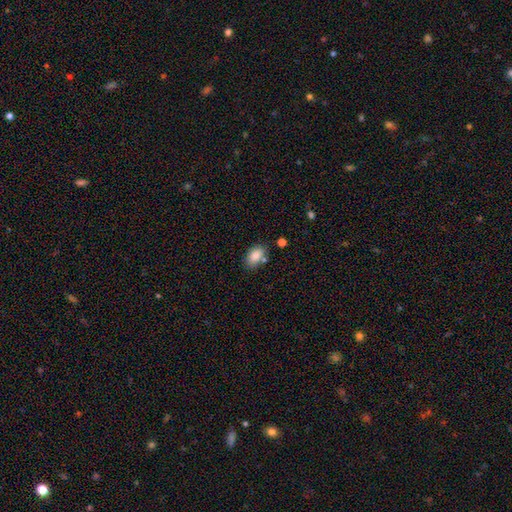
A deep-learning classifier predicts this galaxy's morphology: Smooth or featured: smooth — 86% (star or artifact — 8%)
How rounded: in between — 90% (round — 8%)
Merging: none — 70% (minor disturbance — 16%)